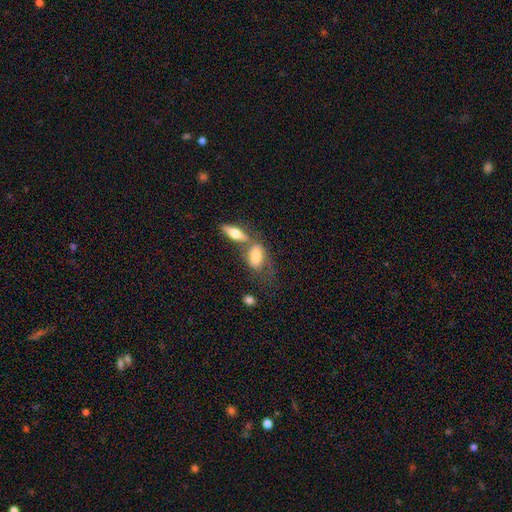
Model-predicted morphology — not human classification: Smooth or featured?
  - smooth: 68% *
  - featured or disk: 25%
  - star or artifact: 7%
How rounded?
  - in between: 85% *
  - cigar-shaped: 8%
  - round: 7%
Merging?
  - merger: 42% *
  - none: 34%
  - minor disturbance: 15%
  - major disturbance: 9%